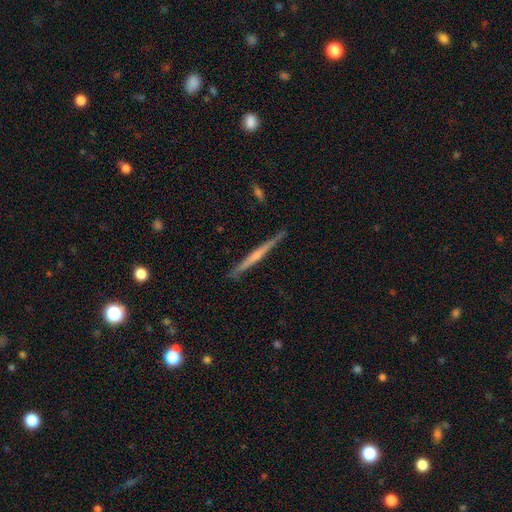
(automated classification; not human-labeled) Smooth or featured?
  - featured or disk: 61% *
  - smooth: 33%
  - star or artifact: 6%
Edge-on disk?
  - yes: 98% *
  - no: 2%
Edge-on bulge?
  - none: 58% *
  - rounded: 31%
  - boxy: 11%
Merging?
  - none: 88% *
  - minor disturbance: 9%
  - major disturbance: 2%
  - merger: 1%